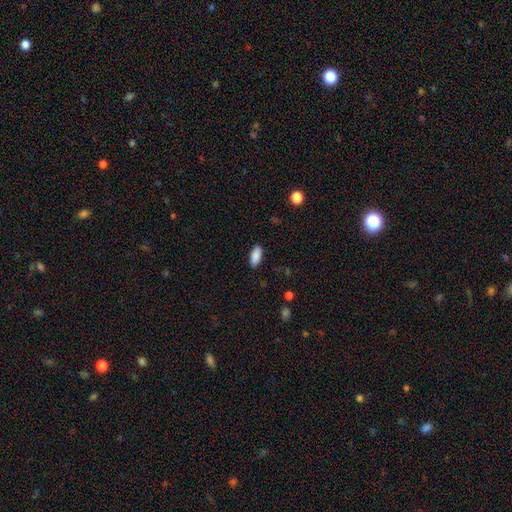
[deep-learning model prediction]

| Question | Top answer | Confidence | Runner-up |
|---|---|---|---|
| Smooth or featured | smooth | 88% | star or artifact (7%) |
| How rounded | in between | 89% | cigar-shaped (9%) |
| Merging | none | 88% | minor disturbance (9%) |